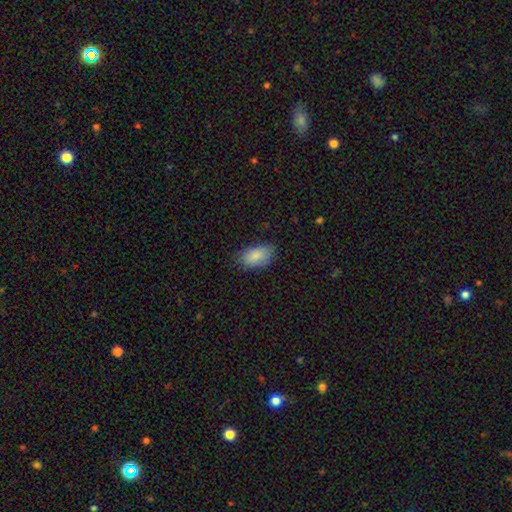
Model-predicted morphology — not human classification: The model was most divided on "merging": none: 76%, minor disturbance: 19%, major disturbance: 4%, merger: 1%. More confident: how rounded — in between (93%); smooth or featured — smooth (86%).